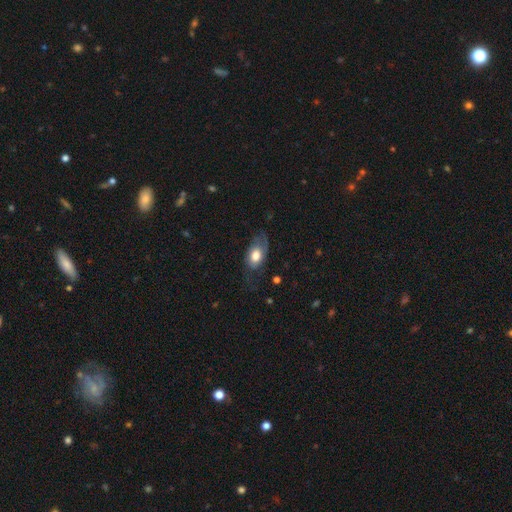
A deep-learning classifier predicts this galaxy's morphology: smooth-or-featured: smooth: 55% | featured or disk: 38% | star or artifact: 7%
  how-rounded: in between: 85% | round: 13% | cigar-shaped: 2%
  merging: none: 48% | minor disturbance: 28% | major disturbance: 22% | merger: 2%